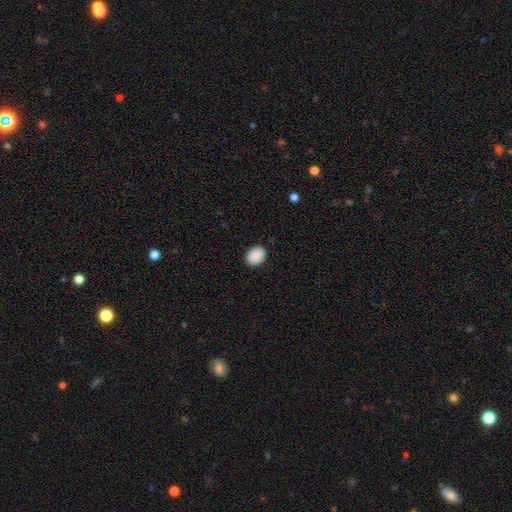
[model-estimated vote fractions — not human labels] Smooth or featured? Predicted: smooth (p=0.90). How rounded? Predicted: in between (p=0.63). Merging? Predicted: none (p=0.90).